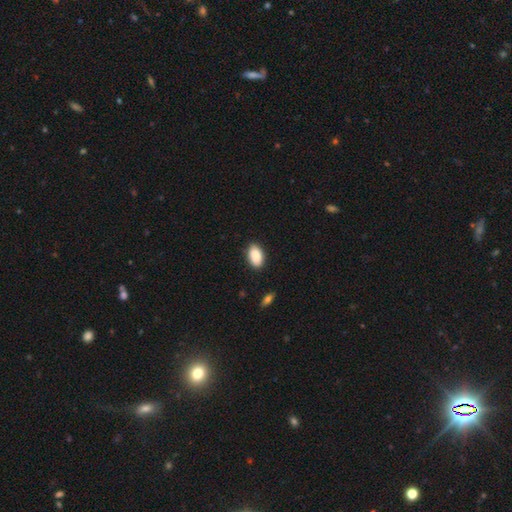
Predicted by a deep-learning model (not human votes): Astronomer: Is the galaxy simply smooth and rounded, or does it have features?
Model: smooth — 90%.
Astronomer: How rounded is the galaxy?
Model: in between — 92%.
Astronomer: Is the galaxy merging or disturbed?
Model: none — 84%.